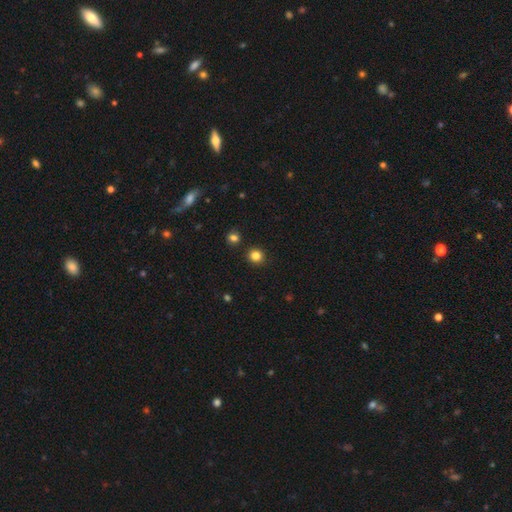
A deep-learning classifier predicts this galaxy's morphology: Q: Smooth or featured?
A: smooth (84%); runner-up: star or artifact (12%)
Q: How rounded?
A: round (87%); runner-up: in between (12%)
Q: Merging?
A: none (89%); runner-up: minor disturbance (6%)